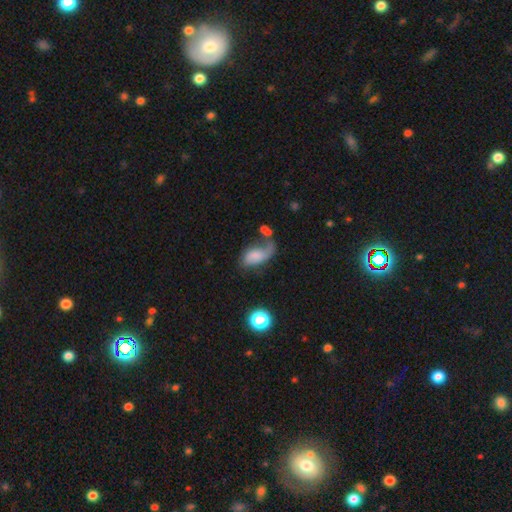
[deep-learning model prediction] smooth-or-featured: smooth: 57% | featured or disk: 33% | star or artifact: 11%
  how-rounded: in between: 89% | round: 7% | cigar-shaped: 4%
  merging: major disturbance: 36% | none: 28% | minor disturbance: 21% | merger: 16%